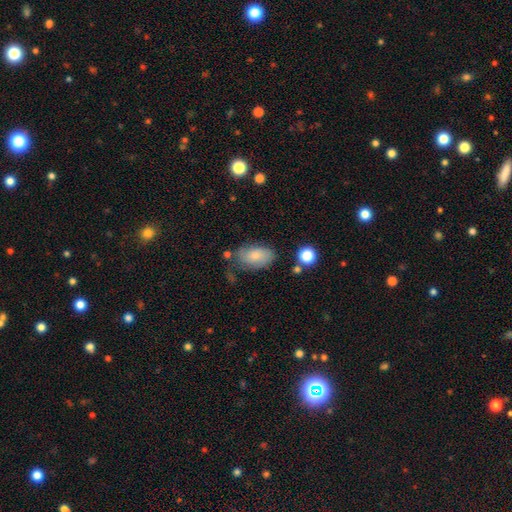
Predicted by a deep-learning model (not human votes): A smooth galaxy with no disk features (73%) that is in between round and cigar-shaped (92%).

Vote fractions:
- Smooth or featured? smooth: 73% / featured or disk: 19% / star or artifact: 8%
- How rounded? in between: 92% / round: 6% / cigar-shaped: 3%
- Merging? none: 60% / minor disturbance: 25% / major disturbance: 9% / merger: 6%